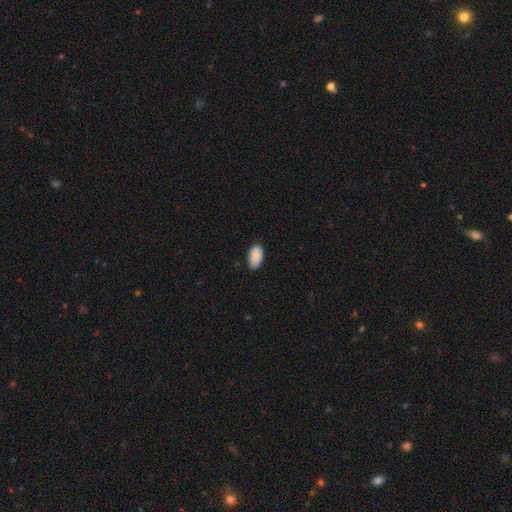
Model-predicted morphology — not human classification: smooth_or_featured: smooth (p=0.89) [alt: star or artifact p=0.06]
how_rounded: in between (p=0.95) [alt: round p=0.03]
merging: none (p=0.82) [alt: minor disturbance p=0.15]